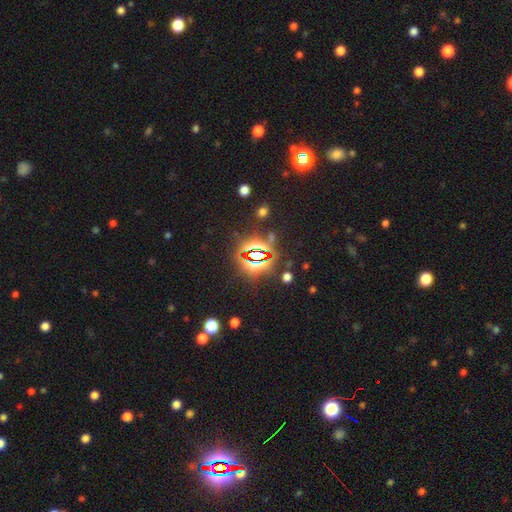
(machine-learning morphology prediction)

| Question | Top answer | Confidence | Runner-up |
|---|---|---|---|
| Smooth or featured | star or artifact | 78% | smooth (14%) |